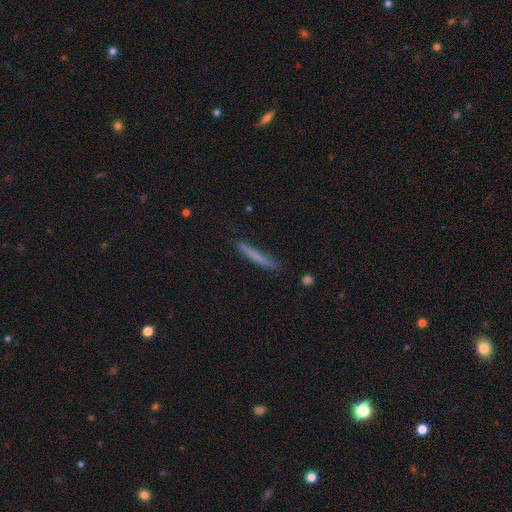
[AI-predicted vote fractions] A smooth galaxy with no disk features (71%) that is cigar-shaped (96%).

Vote fractions:
- Smooth or featured? smooth: 71% / featured or disk: 22% / star or artifact: 7%
- How rounded? cigar-shaped: 96% / in between: 3% / round: 1%
- Merging? none: 80% / minor disturbance: 15% / major disturbance: 3% / merger: 2%